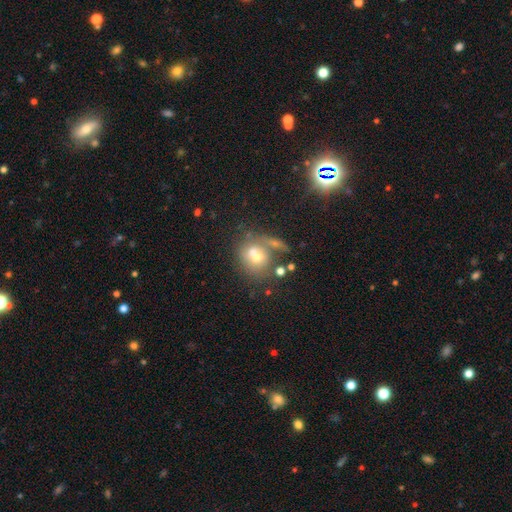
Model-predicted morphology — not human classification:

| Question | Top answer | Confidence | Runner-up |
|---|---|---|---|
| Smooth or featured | smooth | 60% | featured or disk (27%) |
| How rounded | round | 66% | in between (33%) |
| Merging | merger | 46% | none (32%) |